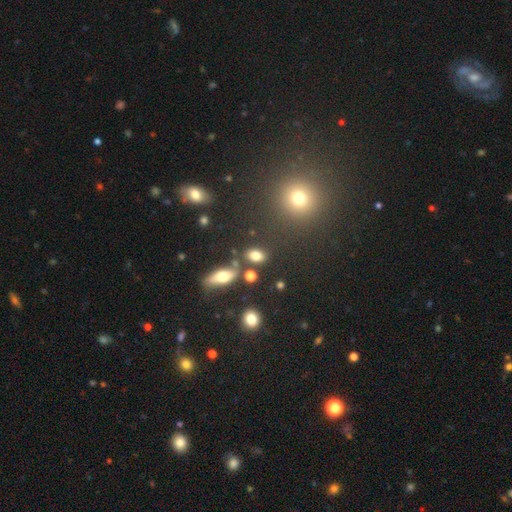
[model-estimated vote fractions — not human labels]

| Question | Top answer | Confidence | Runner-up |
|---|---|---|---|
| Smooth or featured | smooth | 78% | star or artifact (12%) |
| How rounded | in between | 81% | round (15%) |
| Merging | none | 74% | minor disturbance (12%) |